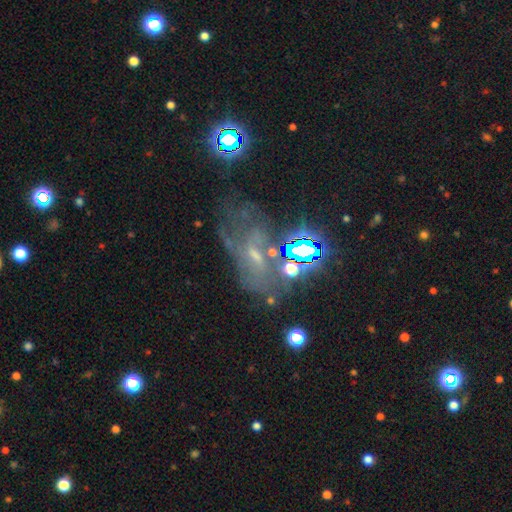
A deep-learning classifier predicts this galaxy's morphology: smooth-or-featured: featured or disk: 47% | star or artifact: 36% | smooth: 17%
  merging: none: 52% | major disturbance: 19% | minor disturbance: 19% | merger: 10%